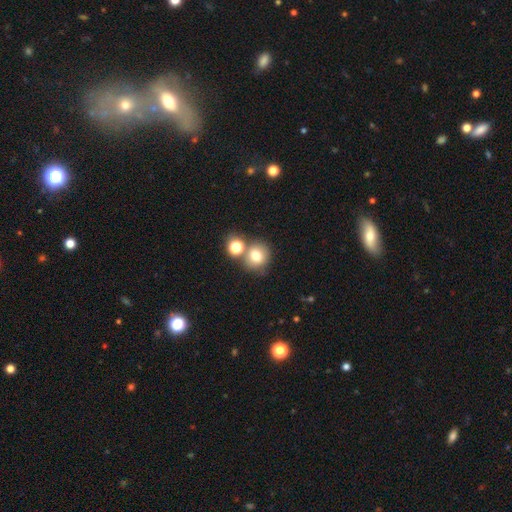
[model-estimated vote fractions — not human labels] This is likely a smooth galaxy (74%). How rounded: clearly round (80%). Merging: likely none (61%).